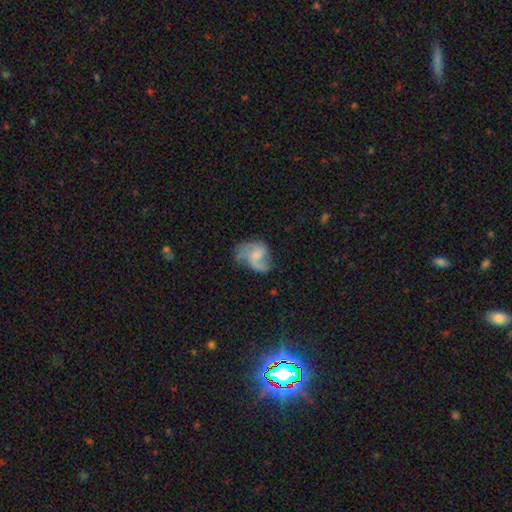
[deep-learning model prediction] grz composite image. It shows a featured or disk galaxy (61%) with no bar (58%), spiral arms (80%) and a small central bulge (34%). Merging: none (40%).